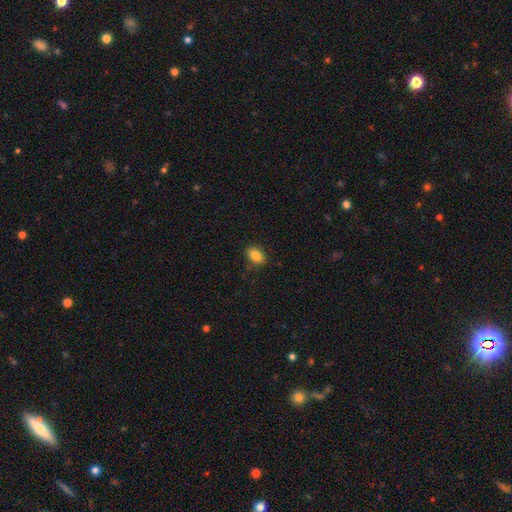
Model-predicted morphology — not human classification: This appears to be a smooth galaxy with no disk features (83%) that is in between round and cigar-shaped (84%). Merging: none (85%).